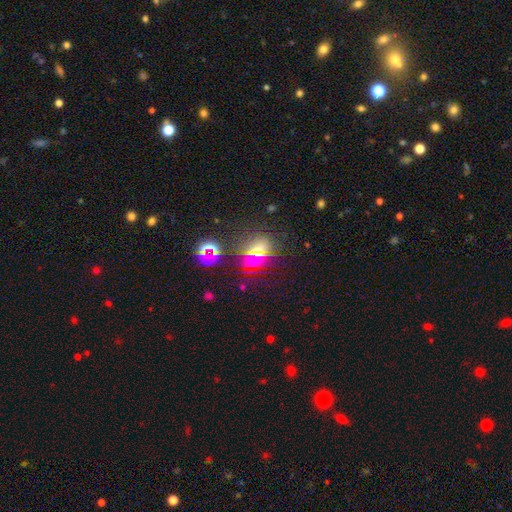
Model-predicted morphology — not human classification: The model was most divided on "smooth or featured": star or artifact: 62%, smooth: 27%, featured or disk: 11%.